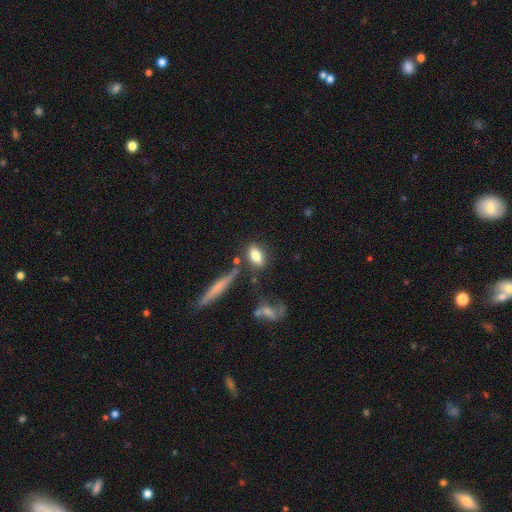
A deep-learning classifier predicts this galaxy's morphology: smooth 76%, featured or disk 15%, star or artifact 8%. Down the decision tree: how rounded — in between (81%); merging — none (70%).